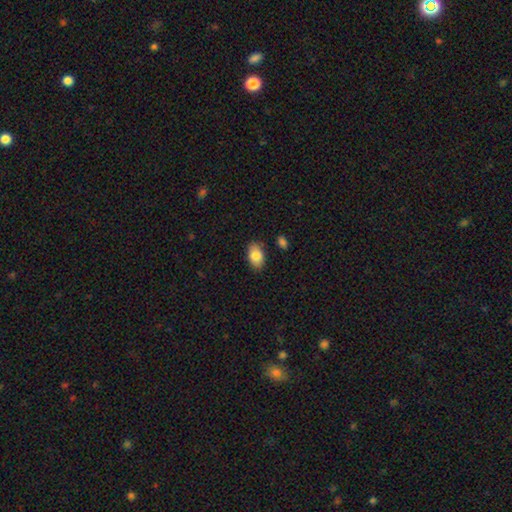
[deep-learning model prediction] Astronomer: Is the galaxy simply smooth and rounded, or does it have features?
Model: smooth — 84%.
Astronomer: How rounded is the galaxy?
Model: in between — 91%.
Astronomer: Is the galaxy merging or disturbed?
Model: none — 84%.